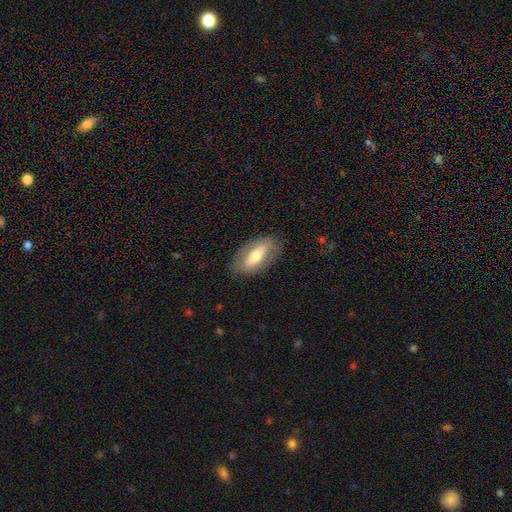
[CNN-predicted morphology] Overall: featured or disk (48%; smooth 46%). Merging: none (81%).